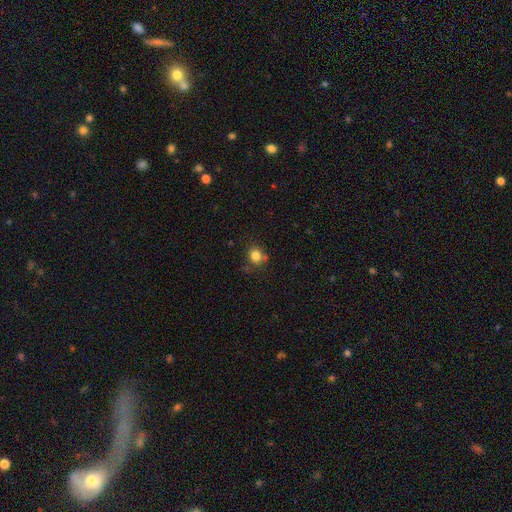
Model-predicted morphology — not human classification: Smooth or featured? Predicted: smooth (p=0.82). How rounded? Predicted: round (p=0.74). Merging? Predicted: none (p=0.69).